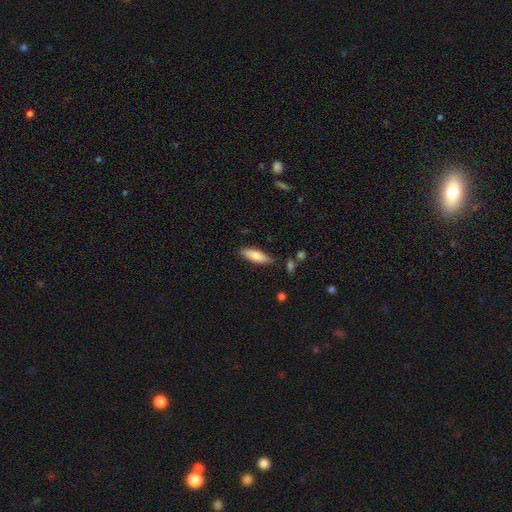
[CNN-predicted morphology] Q: Smooth or featured?
A: smooth (80%); runner-up: featured or disk (14%)
Q: How rounded?
A: in between (56%); runner-up: cigar-shaped (42%)
Q: Merging?
A: none (82%); runner-up: minor disturbance (13%)